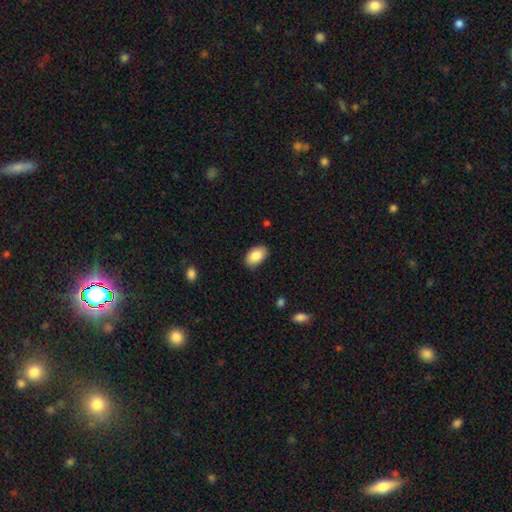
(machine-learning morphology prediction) Q: Smooth or featured?
A: smooth (88%); runner-up: star or artifact (7%)
Q: How rounded?
A: in between (91%); runner-up: round (8%)
Q: Merging?
A: none (81%); runner-up: minor disturbance (15%)